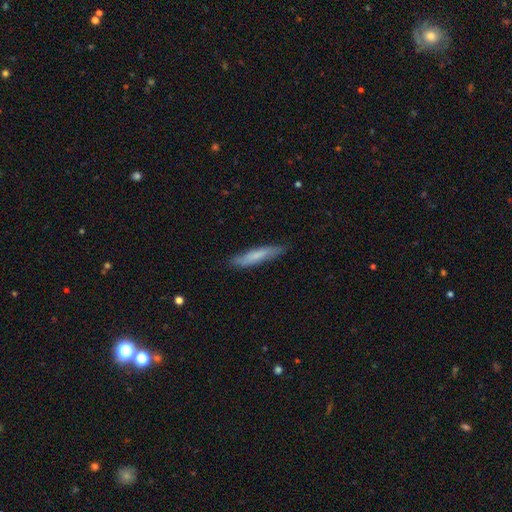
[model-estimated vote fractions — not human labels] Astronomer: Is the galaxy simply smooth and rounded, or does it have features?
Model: smooth — 69%.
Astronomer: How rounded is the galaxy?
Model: cigar-shaped — 89%.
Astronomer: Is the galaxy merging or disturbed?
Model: none — 83%.